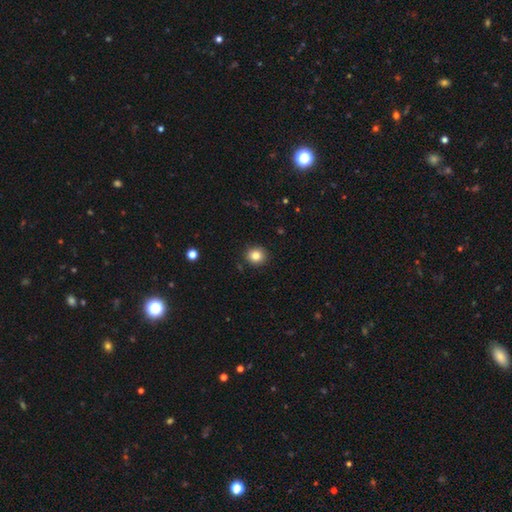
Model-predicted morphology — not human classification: Smooth or featured: smooth — 83% (star or artifact — 11%)
How rounded: round — 88% (in between — 12%)
Merging: none — 91% (minor disturbance — 6%)